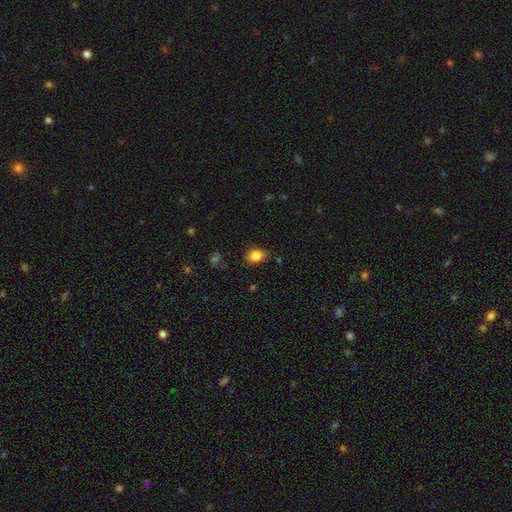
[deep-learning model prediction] Q: Smooth or featured?
A: smooth (86%); runner-up: star or artifact (10%)
Q: How rounded?
A: in between (68%); runner-up: round (31%)
Q: Merging?
A: none (73%); runner-up: minor disturbance (21%)